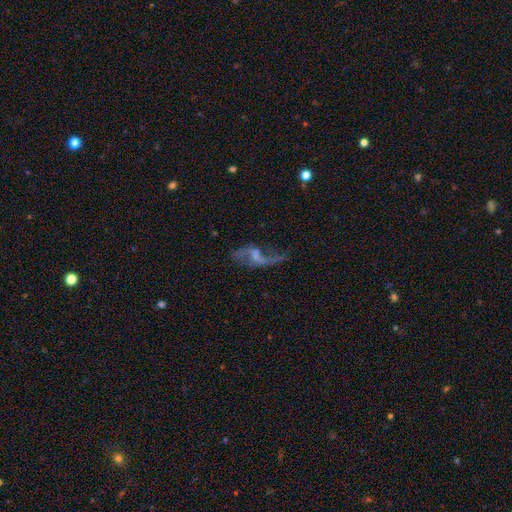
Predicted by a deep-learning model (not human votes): This appears to be a featured or disk galaxy (76%) with no bar (47%), 2 (78%) loose (89%) spiral arms (84%) and a small central bulge (42%). Merging: none (48%).